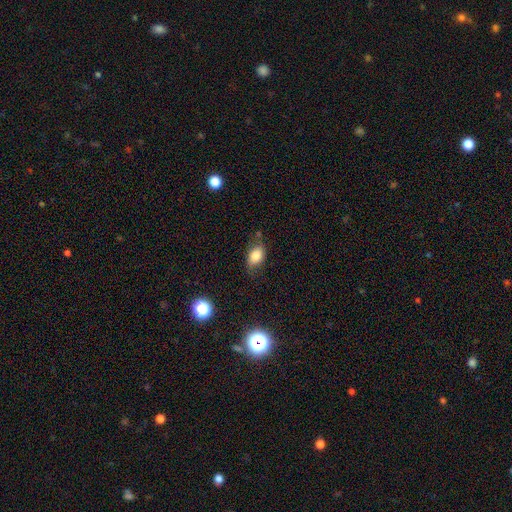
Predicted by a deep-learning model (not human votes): Smooth or featured? smooth (80%)
How rounded? in between (86%)
Merging? none (68%)